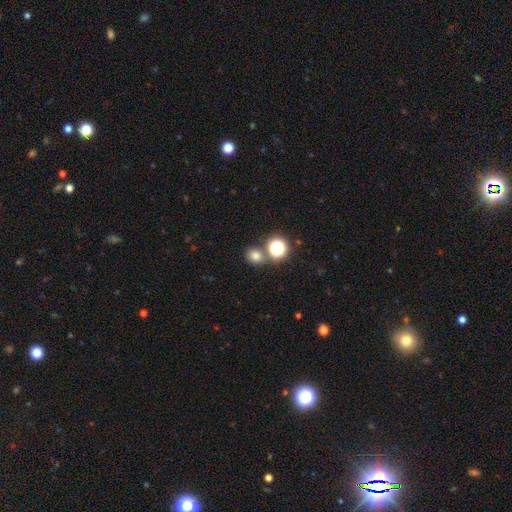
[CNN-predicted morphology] A smooth galaxy with no disk features (73%) that is round (72%).

Vote fractions:
- Smooth or featured? smooth: 73% / star or artifact: 21% / featured or disk: 6%
- How rounded? round: 72% / in between: 27% / cigar-shaped: 1%
- Merging? none: 74% / merger: 14% / minor disturbance: 9% / major disturbance: 3%